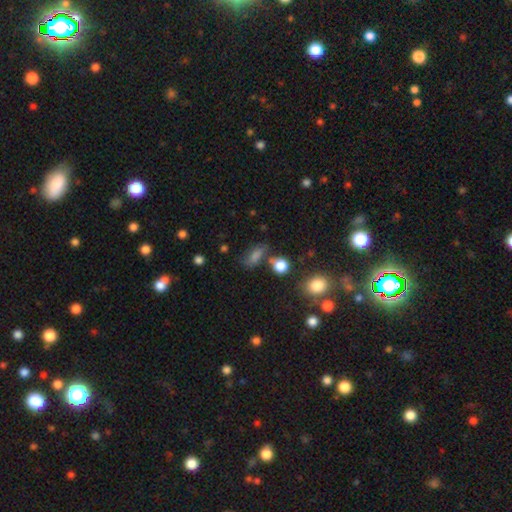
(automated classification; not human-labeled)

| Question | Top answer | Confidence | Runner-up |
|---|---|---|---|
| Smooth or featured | smooth | 62% | star or artifact (23%) |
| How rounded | in between | 70% | round (17%) |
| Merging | none | 58% | minor disturbance (20%) |